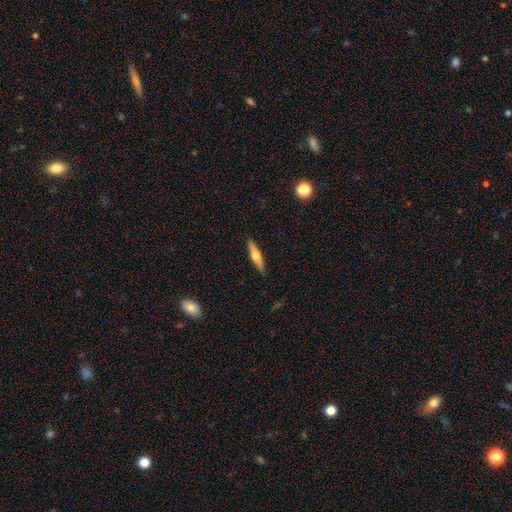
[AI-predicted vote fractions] Smooth or featured? smooth (49%)
Merging? none (90%)